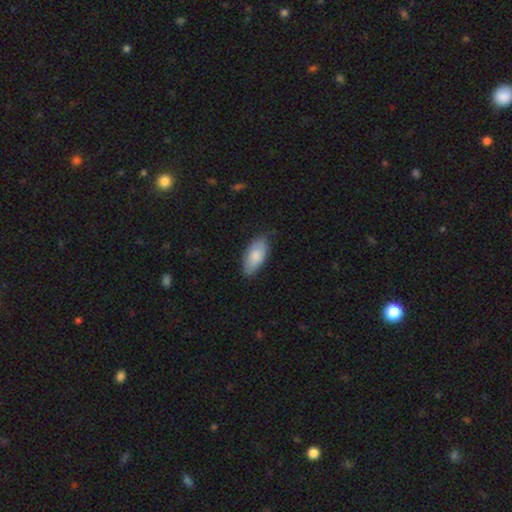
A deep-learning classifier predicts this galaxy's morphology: This appears to be a smooth galaxy with no disk features (84%) that is in between round and cigar-shaped (90%). Merging: none (76%).